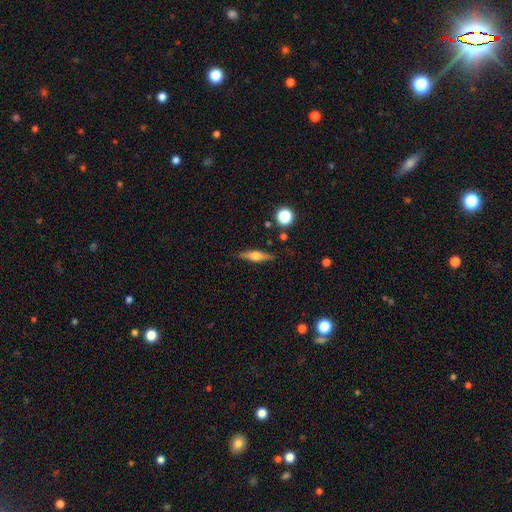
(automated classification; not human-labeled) The model was most divided on "smooth or featured": featured or disk: 63%, smooth: 30%, star or artifact: 7%. More confident: edge-on disk — yes (96%); edge-on bulge — rounded (91%); merging — none (88%).